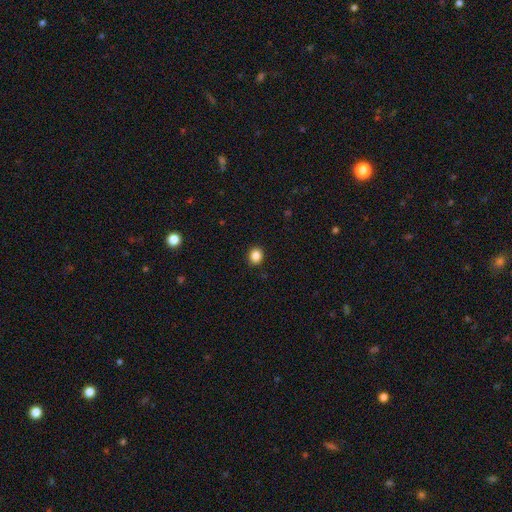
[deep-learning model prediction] smooth 86%, star or artifact 10%, featured or disk 3%. Down the decision tree: how rounded — round (76%); merging — none (91%).